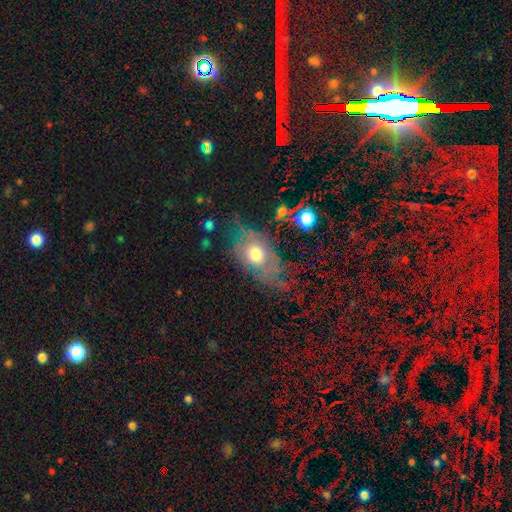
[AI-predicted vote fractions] smooth_or_featured: featured or disk (p=0.36) [alt: star or artifact p=0.34]
merging: none (p=0.76) [alt: minor disturbance p=0.14]